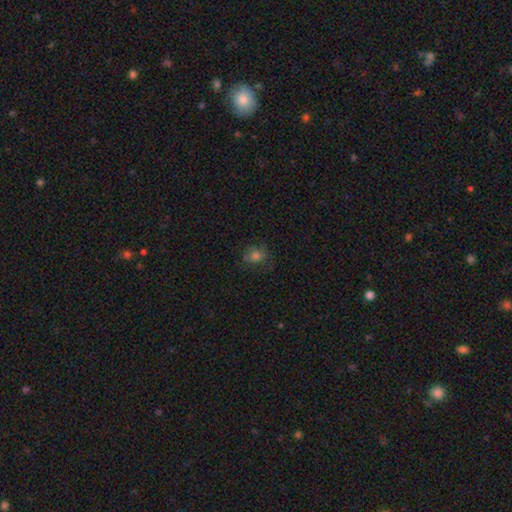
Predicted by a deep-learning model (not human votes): Smooth or featured: smooth — 65% (star or artifact — 21%)
How rounded: round — 68% (in between — 31%)
Merging: none — 67% (minor disturbance — 21%)